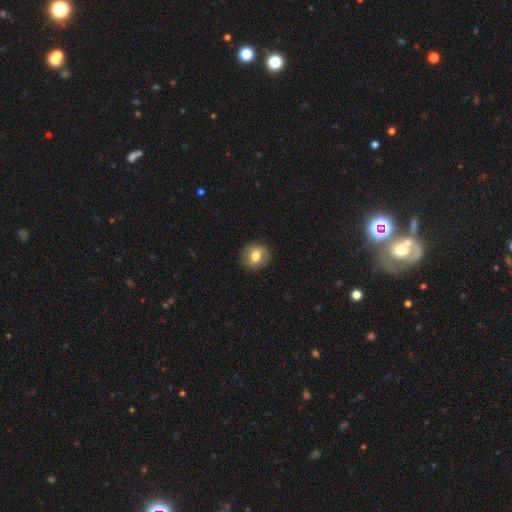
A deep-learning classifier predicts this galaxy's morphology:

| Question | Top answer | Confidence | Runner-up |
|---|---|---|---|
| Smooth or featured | smooth | 67% | featured or disk (24%) |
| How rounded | round | 73% | in between (26%) |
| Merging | none | 84% | minor disturbance (12%) |